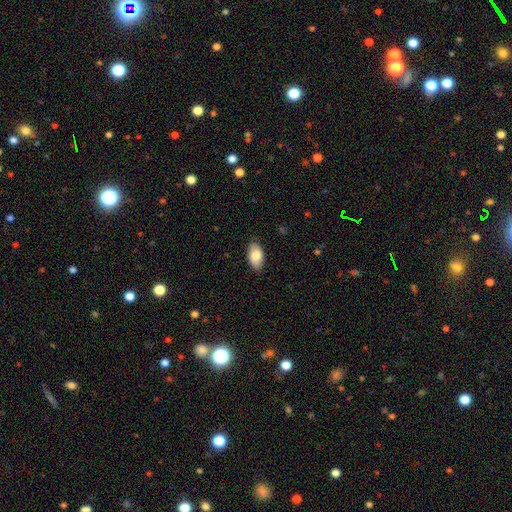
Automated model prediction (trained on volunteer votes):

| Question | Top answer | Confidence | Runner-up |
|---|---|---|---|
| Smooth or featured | smooth | 83% | featured or disk (11%) |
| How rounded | in between | 94% | round (3%) |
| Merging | none | 85% | minor disturbance (12%) |